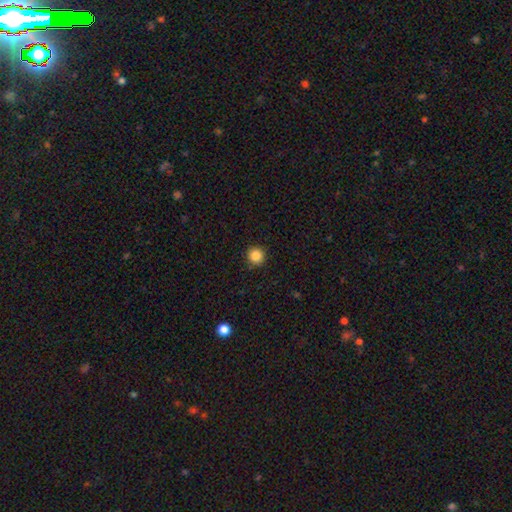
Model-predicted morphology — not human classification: Q: Smooth or featured?
A: smooth (86%); runner-up: star or artifact (10%)
Q: How rounded?
A: round (95%); runner-up: in between (4%)
Q: Merging?
A: none (92%); runner-up: minor disturbance (5%)